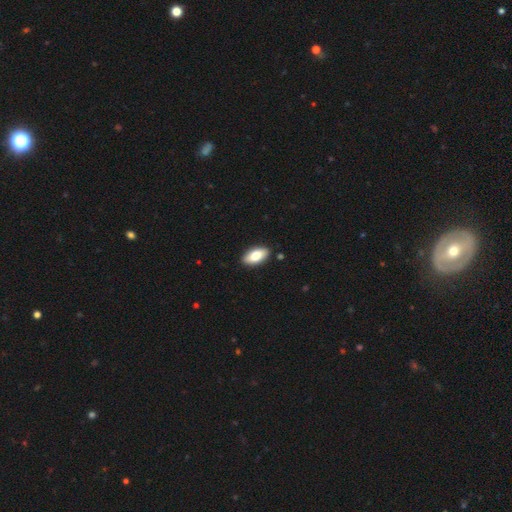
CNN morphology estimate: A smooth galaxy with no disk features (78%) that is in between round and cigar-shaped (91%). Merging: none (89%).